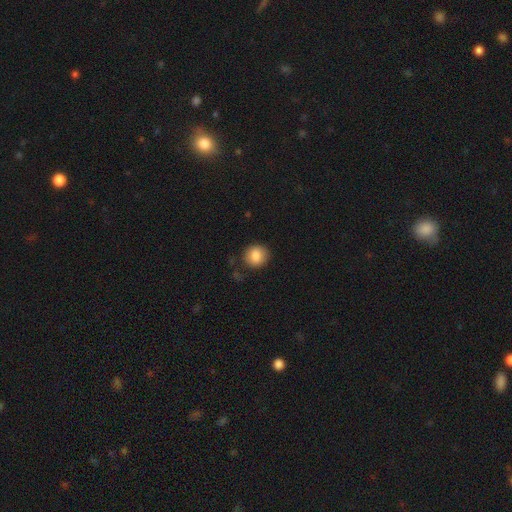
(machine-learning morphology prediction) Smooth or featured: smooth — 86% (star or artifact — 8%)
How rounded: round — 85% (in between — 14%)
Merging: none — 84% (minor disturbance — 11%)